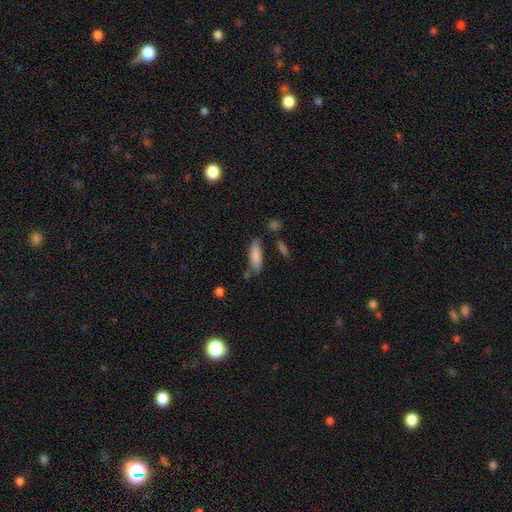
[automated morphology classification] The model was most divided on "how rounded": in between: 52%, cigar-shaped: 46%, round: 2%. More confident: smooth or featured — smooth (82%); merging — none (70%).